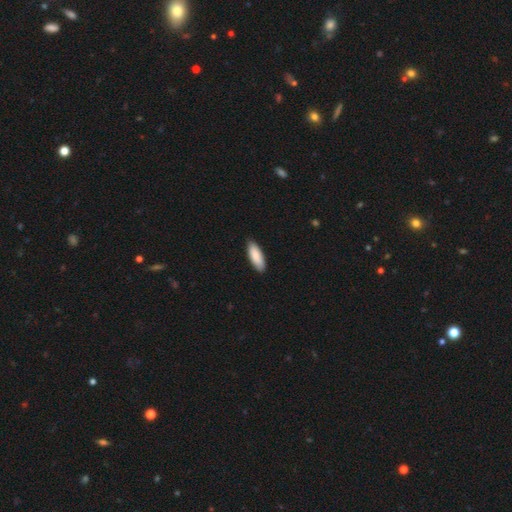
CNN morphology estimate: This is clearly a smooth galaxy (87%). How rounded: likely in between (68%). Merging: clearly none (86%).